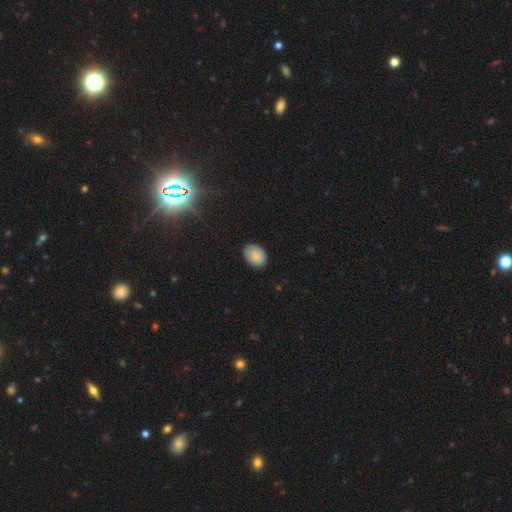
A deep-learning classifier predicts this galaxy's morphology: This is clearly a smooth galaxy (85%). How rounded: likely in between (76%). Merging: clearly none (83%).